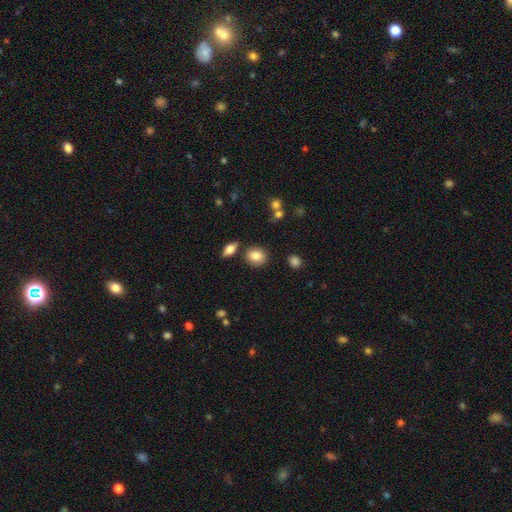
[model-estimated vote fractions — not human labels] The model was most divided on "how rounded": round: 71%, in between: 27%, cigar-shaped: 2%. More confident: smooth or featured — smooth (82%); merging — none (82%).